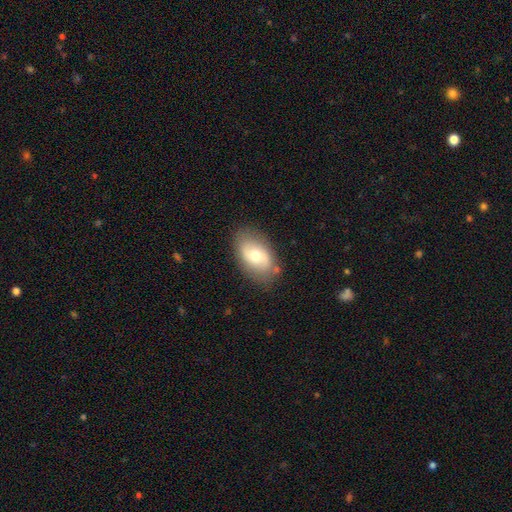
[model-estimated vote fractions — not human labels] Smooth or featured? Predicted: smooth (p=0.53). How rounded? Predicted: in between (p=0.89). Merging? Predicted: none (p=0.79).